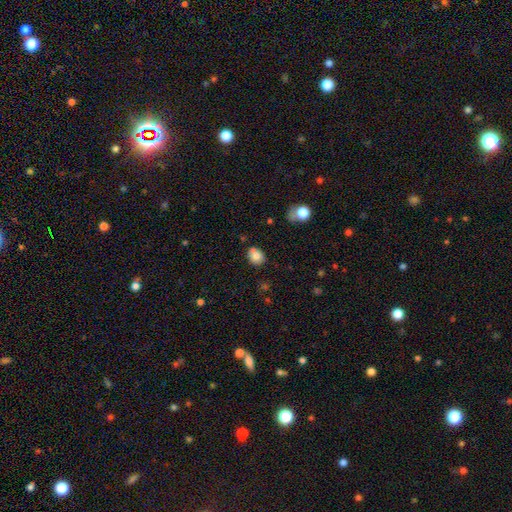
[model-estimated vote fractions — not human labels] A smooth galaxy with no disk features (81%) that is round (61%).

Vote fractions:
- Smooth or featured? smooth: 81% / star or artifact: 11% / featured or disk: 8%
- How rounded? round: 61% / in between: 38% / cigar-shaped: 1%
- Merging? none: 65% / minor disturbance: 18% / merger: 12% / major disturbance: 4%